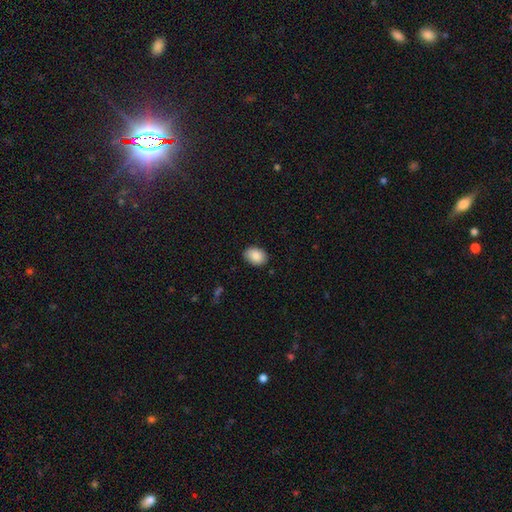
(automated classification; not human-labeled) smooth 88%, star or artifact 7%, featured or disk 5%. Down the decision tree: how rounded — in between (75%); merging — none (86%).